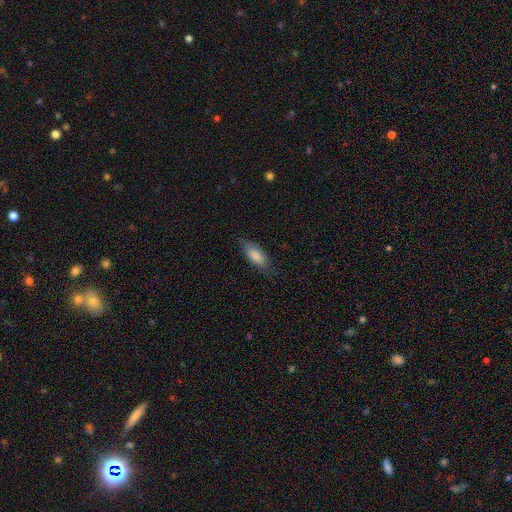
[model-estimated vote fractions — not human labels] smooth_or_featured: smooth (p=0.79) [alt: featured or disk p=0.15]
how_rounded: in between (p=0.78) [alt: cigar-shaped p=0.20]
merging: none (p=0.73) [alt: minor disturbance p=0.21]